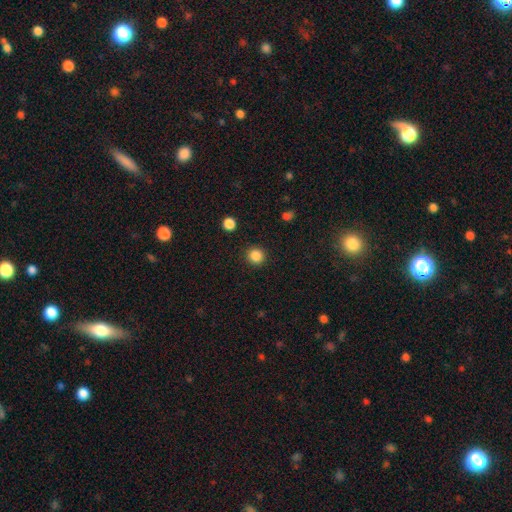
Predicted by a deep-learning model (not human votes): Smooth or featured?
  - smooth: 86% *
  - star or artifact: 11%
  - featured or disk: 3%
How rounded?
  - round: 93% *
  - in between: 6%
  - cigar-shaped: 1%
Merging?
  - none: 92% *
  - minor disturbance: 5%
  - major disturbance: 2%
  - merger: 1%